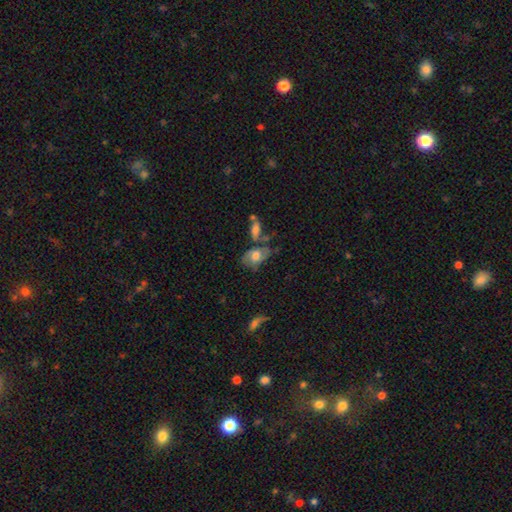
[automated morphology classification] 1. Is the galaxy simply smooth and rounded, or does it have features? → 52% smooth, 39% featured or disk, 9% star or artifact.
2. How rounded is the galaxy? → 85% in between, 13% round, 3% cigar-shaped.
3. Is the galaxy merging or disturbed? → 35% none, 25% merger, 23% minor disturbance, 17% major disturbance.